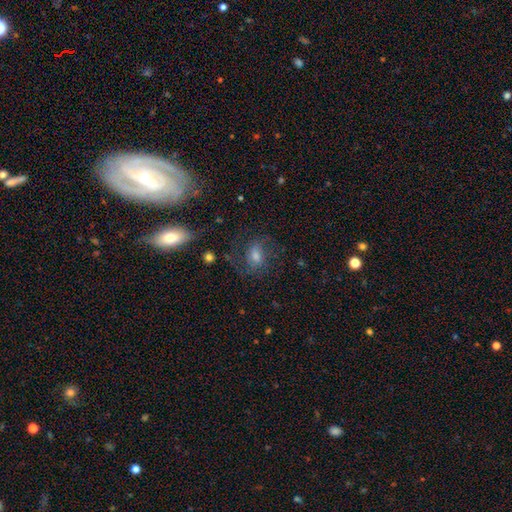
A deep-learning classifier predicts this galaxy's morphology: smooth-or-featured: featured or disk: 44% | smooth: 38% | star or artifact: 18%
  merging: none: 65% | minor disturbance: 17% | major disturbance: 15% | merger: 3%